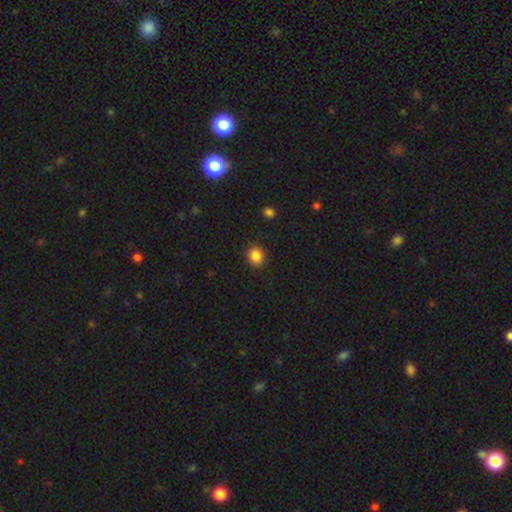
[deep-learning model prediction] This is clearly a smooth galaxy (86%). How rounded: likely round (74%). Merging: clearly none (88%).